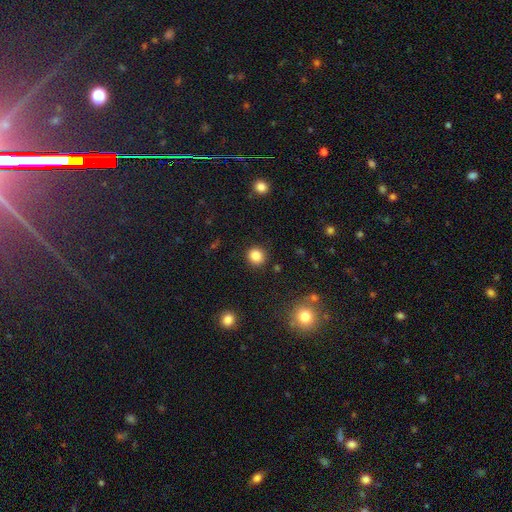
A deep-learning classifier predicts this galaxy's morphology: Smooth or featured?
  - smooth: 85% *
  - star or artifact: 11%
  - featured or disk: 4%
How rounded?
  - round: 88% *
  - in between: 11%
  - cigar-shaped: 1%
Merging?
  - none: 90% *
  - minor disturbance: 6%
  - major disturbance: 2%
  - merger: 1%